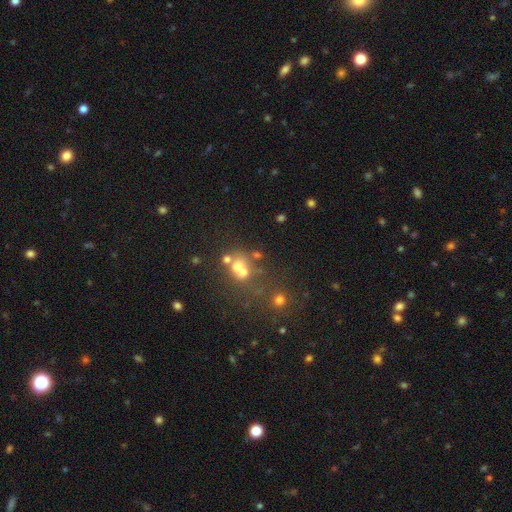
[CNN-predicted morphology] Overall: smooth (45%; star or artifact 33%). Merging: none (43%; merger 40%).